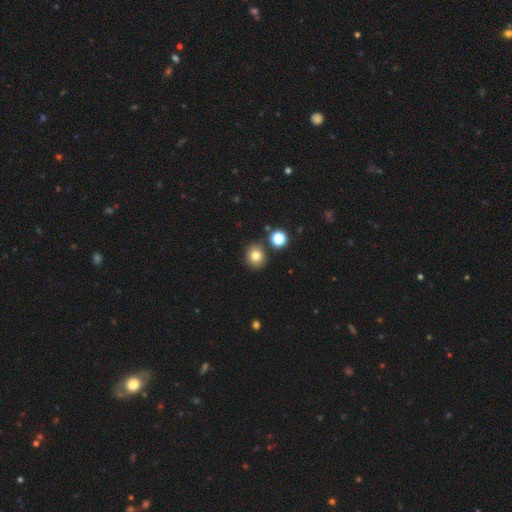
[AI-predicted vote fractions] This is likely a smooth galaxy (78%). How rounded: clearly round (86%). Merging: clearly none (83%).